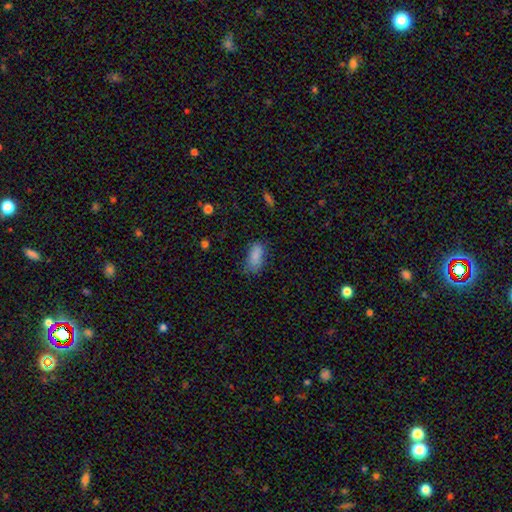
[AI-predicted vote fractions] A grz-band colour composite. It shows a smooth galaxy with no disk features (83%) that is in between round and cigar-shaped (89%). Merging: none (61%).